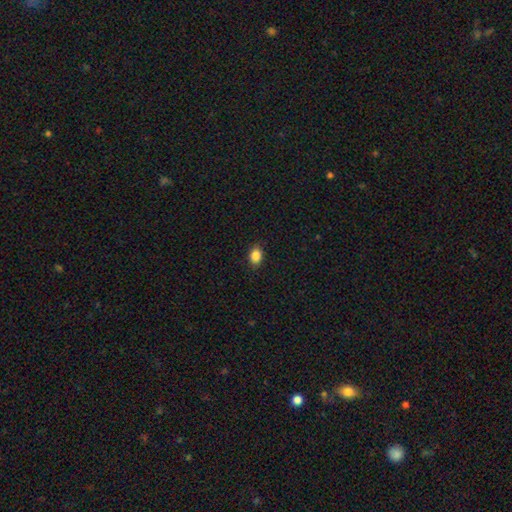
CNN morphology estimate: Smooth or featured? Predicted: smooth (p=0.87). How rounded? Predicted: in between (p=0.68). Merging? Predicted: none (p=0.88).